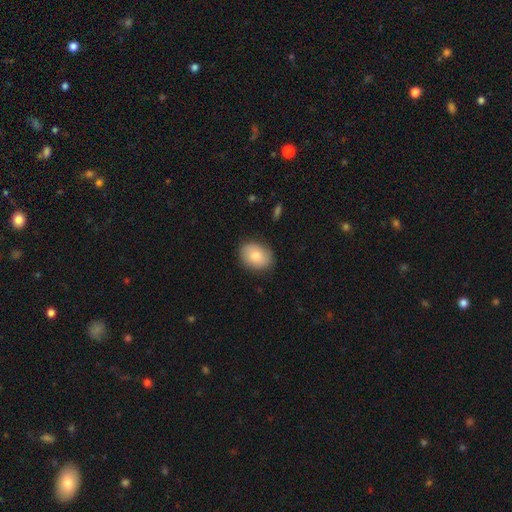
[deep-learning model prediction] A smooth galaxy with no disk features (80%) that is in between round and cigar-shaped (64%).

Vote fractions:
- Smooth or featured? smooth: 80% / featured or disk: 13% / star or artifact: 7%
- How rounded? in between: 64% / round: 35% / cigar-shaped: 1%
- Merging? none: 86% / minor disturbance: 11% / major disturbance: 2% / merger: 1%